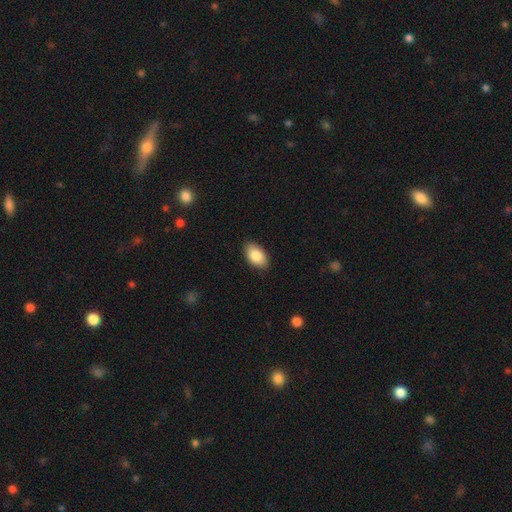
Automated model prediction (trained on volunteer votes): A smooth galaxy with no disk features (86%) that is in between round and cigar-shaped (94%).

Vote fractions:
- Smooth or featured? smooth: 86% / featured or disk: 8% / star or artifact: 6%
- How rounded? in between: 94% / round: 4% / cigar-shaped: 1%
- Merging? none: 88% / minor disturbance: 9% / major disturbance: 2% / merger: 1%